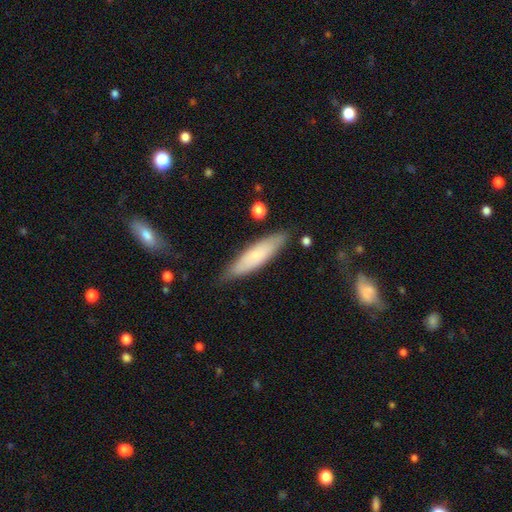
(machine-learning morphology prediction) A smooth galaxy with no disk features (64%) that is cigar-shaped (72%). Merging: none (80%).